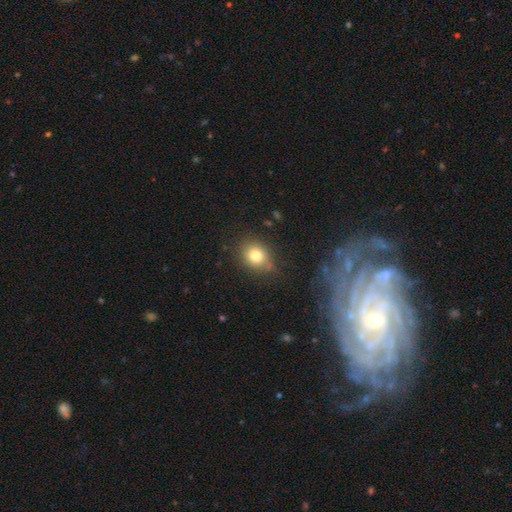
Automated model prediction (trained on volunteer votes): A smooth galaxy with no disk features (79%) that is round (56%).

Vote fractions:
- Smooth or featured? smooth: 79% / star or artifact: 11% / featured or disk: 10%
- How rounded? round: 56% / in between: 43% / cigar-shaped: 1%
- Merging? none: 73% / minor disturbance: 18% / major disturbance: 5% / merger: 3%